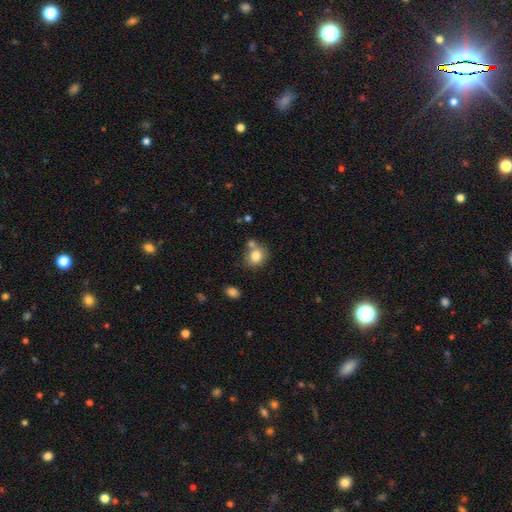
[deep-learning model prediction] Smooth or featured: smooth — 81% (star or artifact — 10%)
How rounded: round — 64% (in between — 35%)
Merging: none — 59% (merger — 23%)